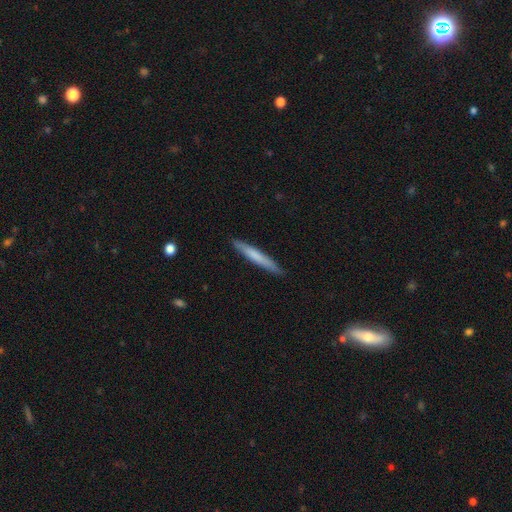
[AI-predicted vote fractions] Smooth or featured?
  - smooth: 68% *
  - featured or disk: 26%
  - star or artifact: 5%
How rounded?
  - cigar-shaped: 96% *
  - in between: 3%
  - round: 1%
Merging?
  - none: 90% *
  - minor disturbance: 7%
  - major disturbance: 1%
  - merger: 1%